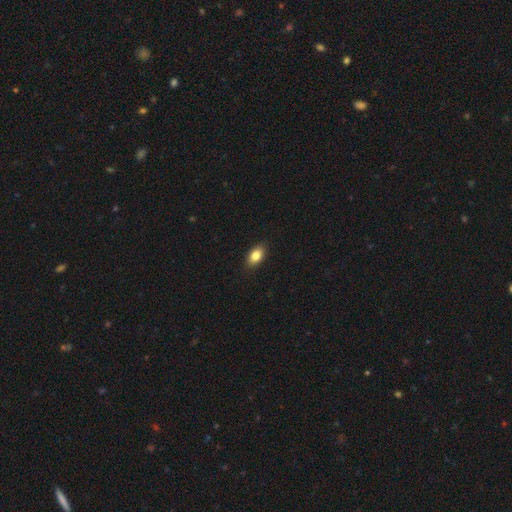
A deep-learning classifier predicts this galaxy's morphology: The model was most divided on "smooth or featured": smooth: 84%, featured or disk: 8%, star or artifact: 8%. More confident: how rounded — in between (89%); merging — none (88%).